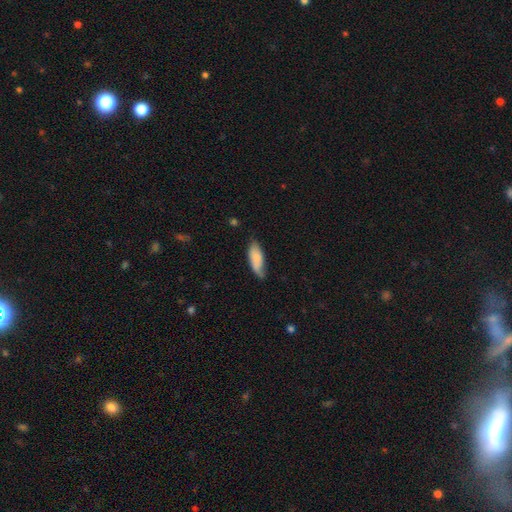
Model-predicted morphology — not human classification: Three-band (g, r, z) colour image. It shows a smooth galaxy with no disk features (80%) that is in between round and cigar-shaped (69%). Merging: none (59%).